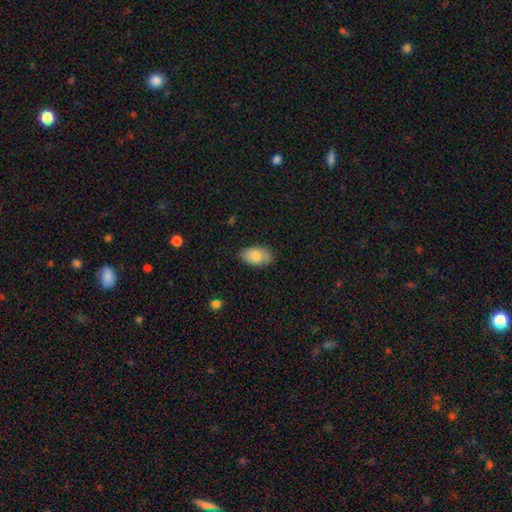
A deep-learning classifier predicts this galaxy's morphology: Q: Smooth or featured?
A: smooth (83%); runner-up: featured or disk (11%)
Q: How rounded?
A: in between (94%); runner-up: round (5%)
Q: Merging?
A: none (80%); runner-up: minor disturbance (16%)